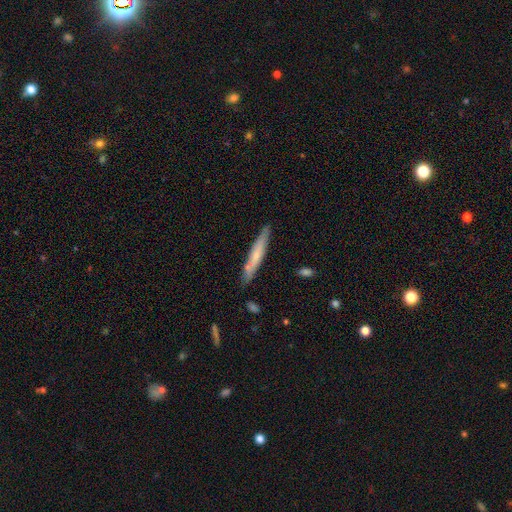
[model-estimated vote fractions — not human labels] Q: Smooth or featured?
A: smooth (55%); runner-up: featured or disk (39%)
Q: How rounded?
A: cigar-shaped (94%); runner-up: in between (5%)
Q: Merging?
A: none (84%); runner-up: minor disturbance (12%)